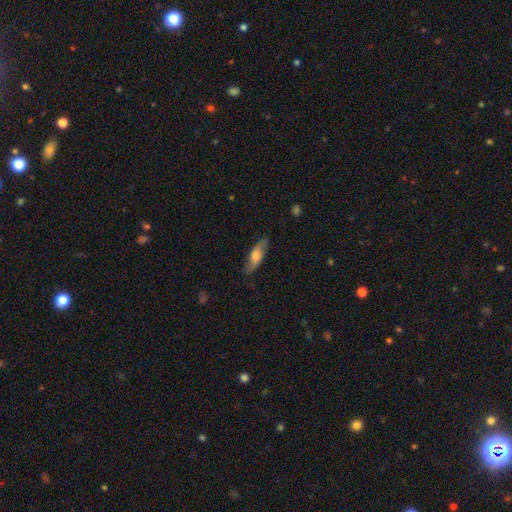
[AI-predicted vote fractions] Smooth or featured? smooth (55%)
How rounded? in between (55%)
Merging? none (79%)